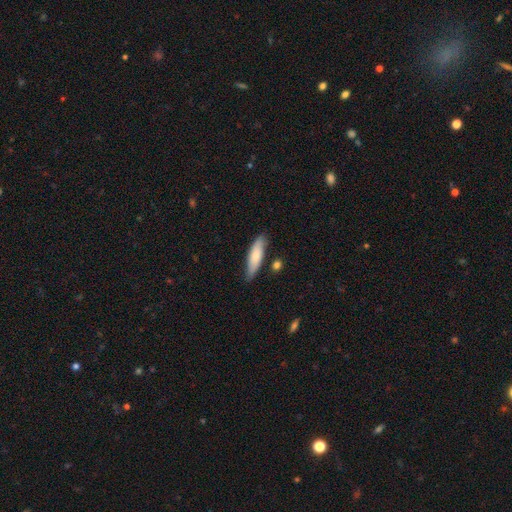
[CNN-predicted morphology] Smooth or featured? Predicted: smooth (p=0.75). How rounded? Predicted: cigar-shaped (p=0.61). Merging? Predicted: none (p=0.78).